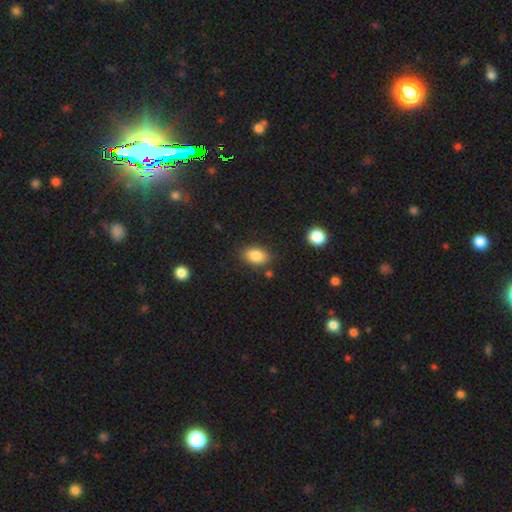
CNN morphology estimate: smooth_or_featured: smooth (p=0.86) [alt: star or artifact p=0.08]
how_rounded: in between (p=0.85) [alt: round p=0.13]
merging: none (p=0.82) [alt: minor disturbance p=0.12]